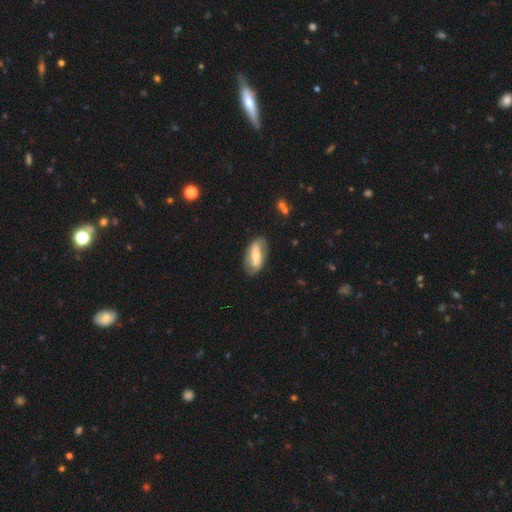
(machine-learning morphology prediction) Q: Smooth or featured?
A: featured or disk (54%); runner-up: smooth (40%)
Q: Edge-on disk?
A: no (88%); runner-up: yes (12%)
Q: Merging?
A: none (79%); runner-up: minor disturbance (15%)